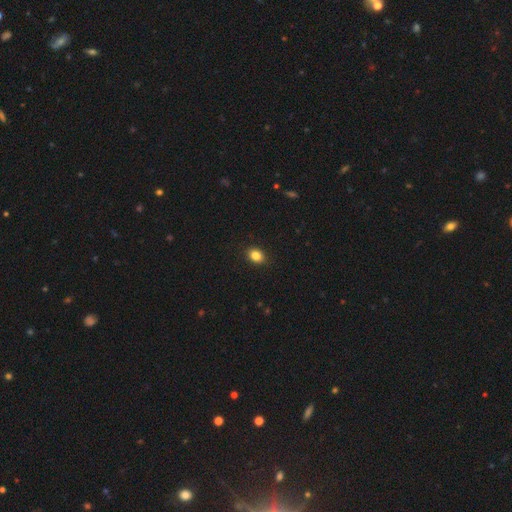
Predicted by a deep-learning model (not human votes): Smooth or featured: smooth — 85% (star or artifact — 10%)
How rounded: in between — 60% (round — 39%)
Merging: none — 90% (minor disturbance — 7%)